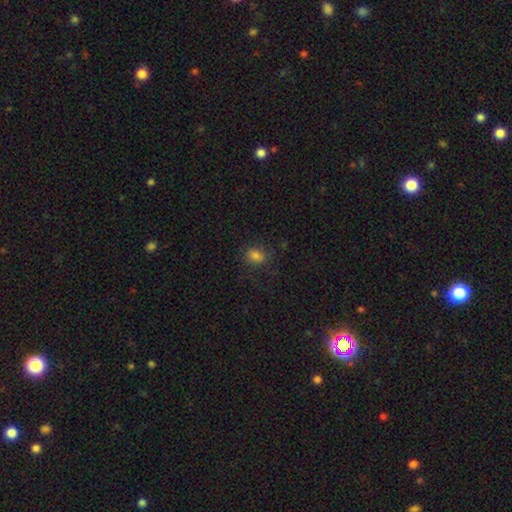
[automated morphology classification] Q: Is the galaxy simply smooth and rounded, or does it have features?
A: smooth — 77%.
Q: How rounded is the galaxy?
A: round — 50%.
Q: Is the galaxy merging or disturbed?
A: none — 74%.